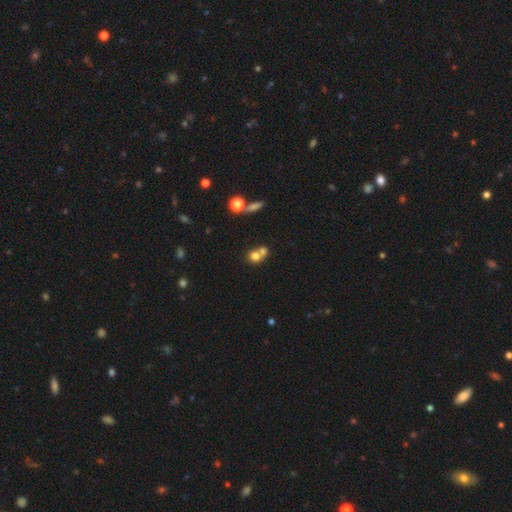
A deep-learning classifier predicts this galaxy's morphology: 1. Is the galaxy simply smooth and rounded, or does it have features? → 72% smooth, 14% featured or disk, 14% star or artifact.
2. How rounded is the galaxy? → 79% round, 20% in between, 1% cigar-shaped.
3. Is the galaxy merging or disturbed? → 56% merger, 35% none, 6% minor disturbance, 3% major disturbance.